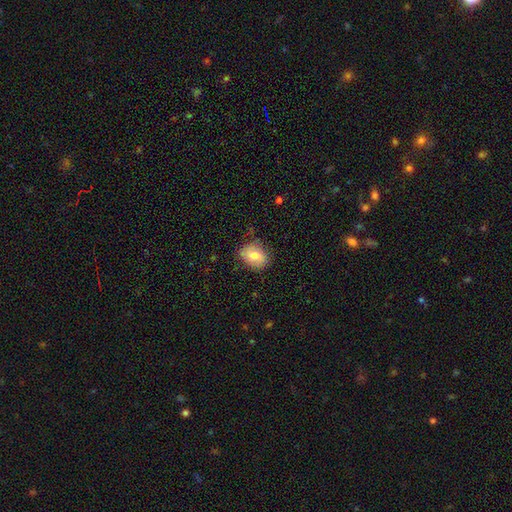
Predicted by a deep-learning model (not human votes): smooth_or_featured: smooth (p=0.73) [alt: featured or disk p=0.18]
how_rounded: in between (p=0.59) [alt: round p=0.40]
merging: none (p=0.73) [alt: minor disturbance p=0.21]